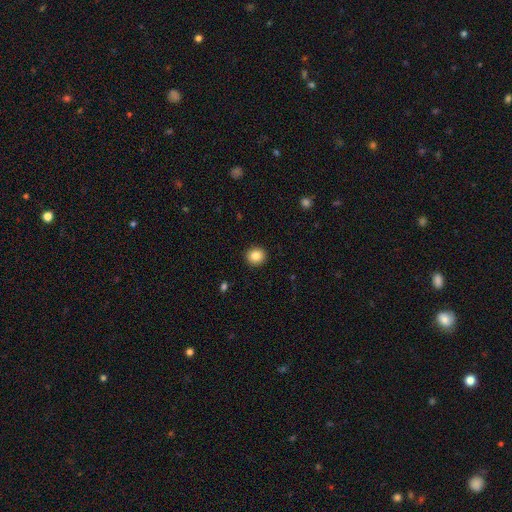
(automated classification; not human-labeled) Smooth or featured? smooth (85%)
How rounded? round (88%)
Merging? none (93%)